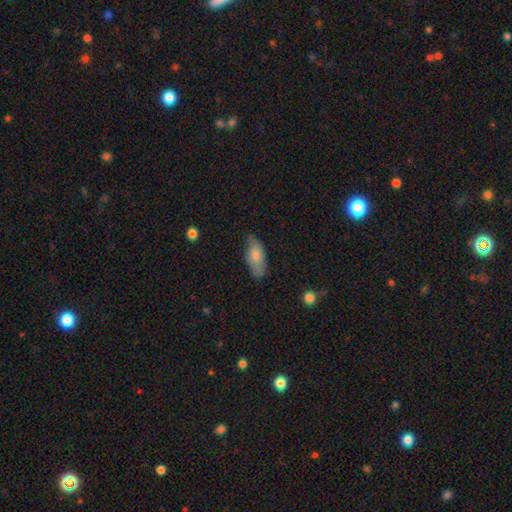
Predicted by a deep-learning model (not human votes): This is likely a smooth galaxy (77%). How rounded: clearly in between (87%). Merging: likely none (69%).